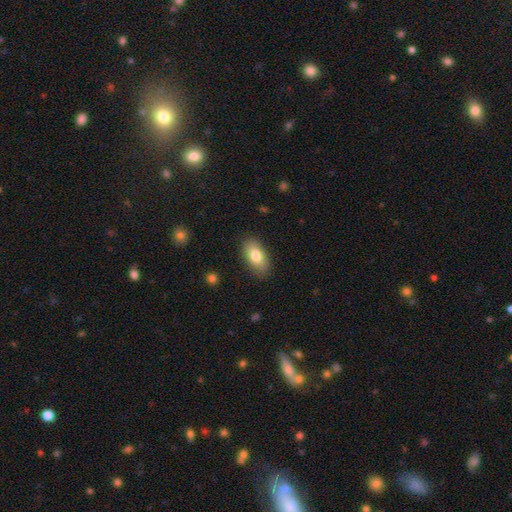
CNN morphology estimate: Smooth or featured?
  - smooth: 79% *
  - featured or disk: 14%
  - star or artifact: 7%
How rounded?
  - in between: 90% *
  - round: 5%
  - cigar-shaped: 5%
Merging?
  - none: 85% *
  - minor disturbance: 11%
  - major disturbance: 3%
  - merger: 1%